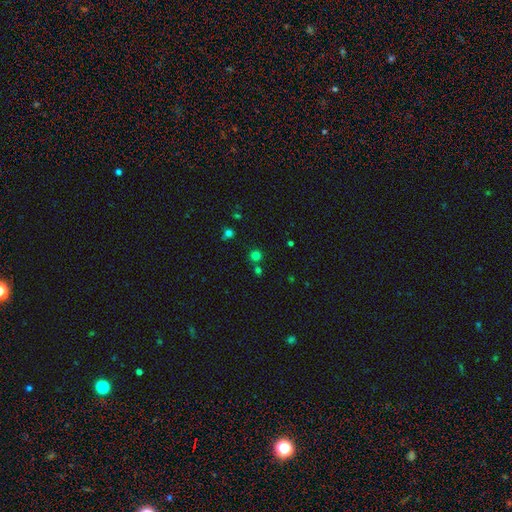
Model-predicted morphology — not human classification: A smooth galaxy with no disk features (70%) that is round (93%).

Vote fractions:
- Smooth or featured? smooth: 70% / star or artifact: 24% / featured or disk: 6%
- How rounded? round: 93% / in between: 6% / cigar-shaped: 1%
- Merging? none: 76% / merger: 14% / minor disturbance: 7% / major disturbance: 3%